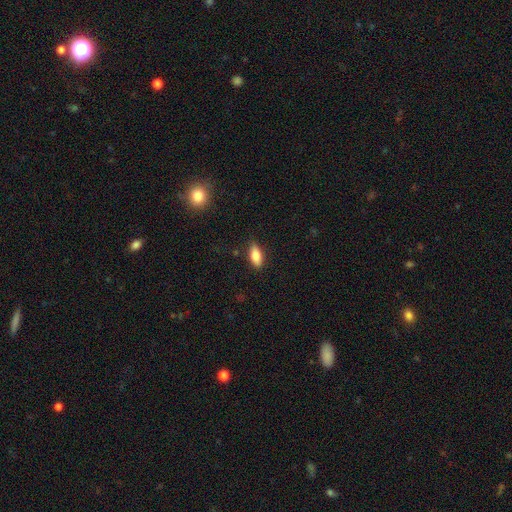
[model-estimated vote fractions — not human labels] Smooth or featured: smooth — 83% (featured or disk — 10%)
How rounded: in between — 84% (cigar-shaped — 13%)
Merging: none — 85% (minor disturbance — 11%)